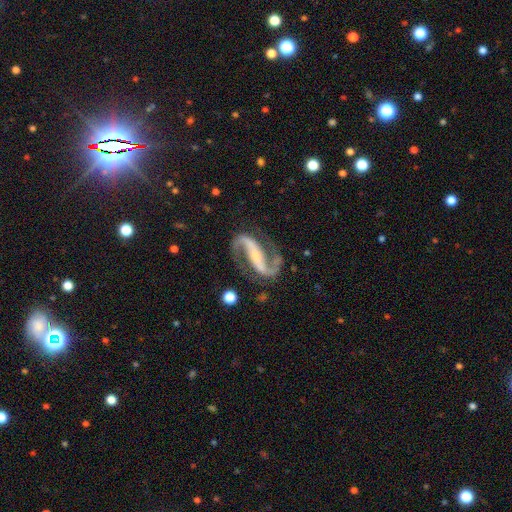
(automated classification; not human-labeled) Smooth or featured? featured or disk (93%)
Edge-on disk? no (96%)
Bar? strong (64%)
Spiral arms? yes (98%)
Spiral winding? medium (52%)
Spiral arm count? 2 (94%)
Bulge size? small (64%)
Merging? none (81%)